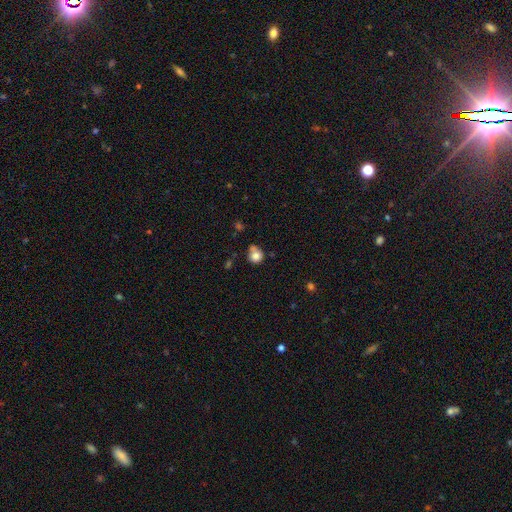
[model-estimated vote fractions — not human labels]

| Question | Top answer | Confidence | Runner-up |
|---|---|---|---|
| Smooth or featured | smooth | 80% | star or artifact (10%) |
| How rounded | round | 86% | in between (13%) |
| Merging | none | 54% | minor disturbance (21%) |